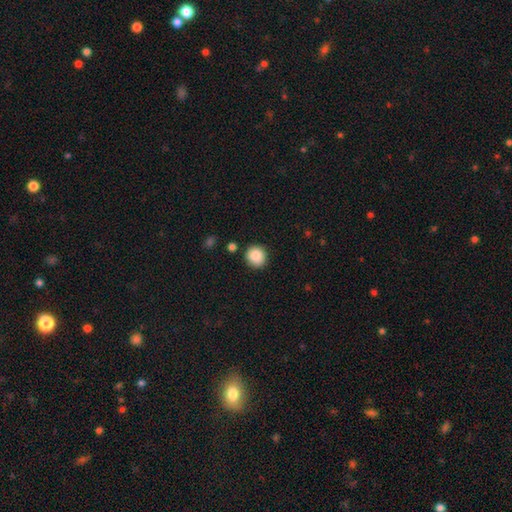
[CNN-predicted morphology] smooth-or-featured: smooth: 88% | star or artifact: 8% | featured or disk: 4%
  how-rounded: round: 89% | in between: 10% | cigar-shaped: 1%
  merging: none: 87% | minor disturbance: 9% | merger: 2% | major disturbance: 2%